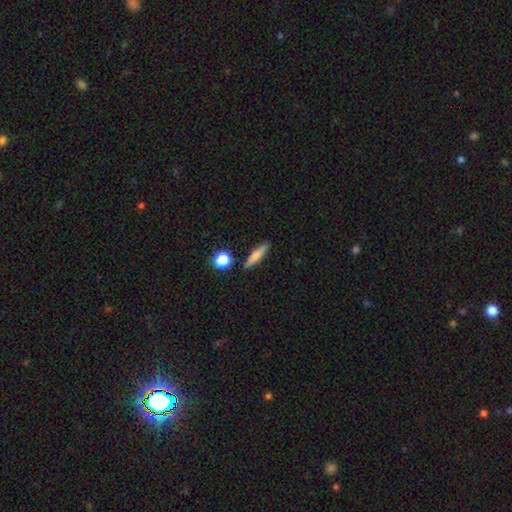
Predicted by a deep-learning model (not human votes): Overall: smooth (64%; featured or disk 28%). How rounded: cigar-shaped (80%). Merging: none (87%).